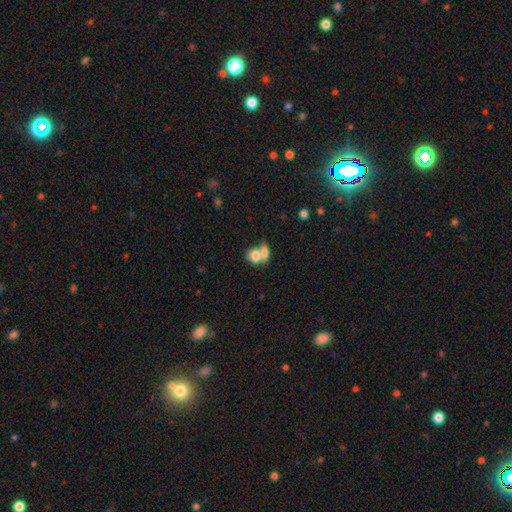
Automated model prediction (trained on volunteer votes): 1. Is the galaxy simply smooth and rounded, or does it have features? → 74% smooth, 18% featured or disk, 8% star or artifact.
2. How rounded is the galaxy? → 71% in between, 26% round, 3% cigar-shaped.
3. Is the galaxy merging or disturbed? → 65% merger, 23% none, 7% minor disturbance, 4% major disturbance.